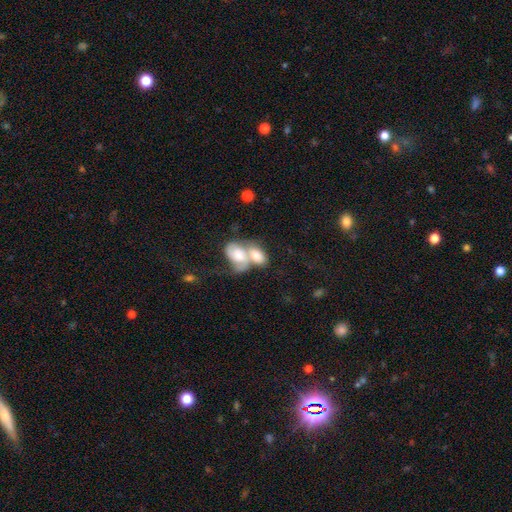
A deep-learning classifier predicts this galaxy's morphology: smooth_or_featured: smooth (p=0.59) [alt: featured or disk p=0.34]
how_rounded: in between (p=0.86) [alt: round p=0.12]
merging: merger (p=0.78) [alt: none p=0.12]